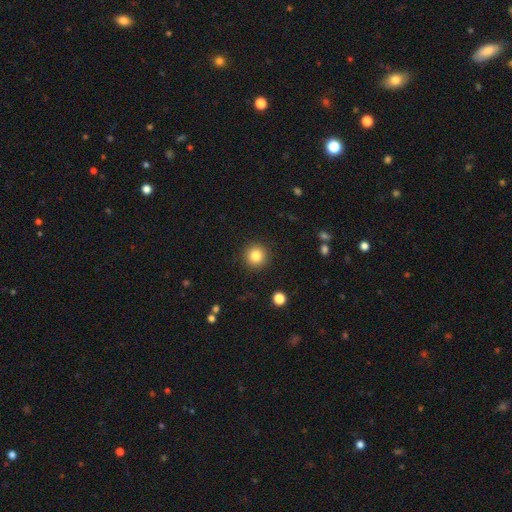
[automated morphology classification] Smooth or featured? Predicted: smooth (p=0.84). How rounded? Predicted: round (p=0.95). Merging? Predicted: none (p=0.91).